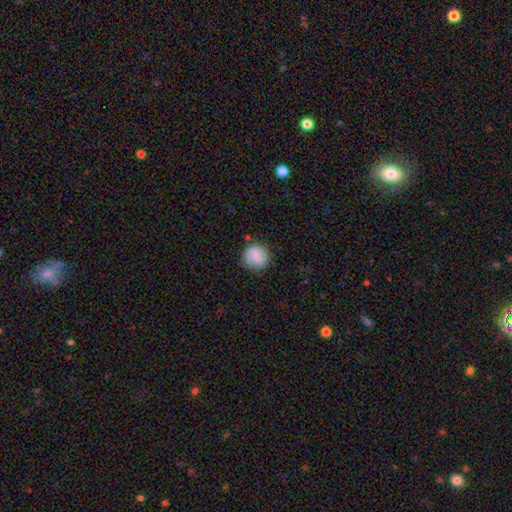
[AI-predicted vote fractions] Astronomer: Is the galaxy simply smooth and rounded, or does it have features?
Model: smooth — 68%.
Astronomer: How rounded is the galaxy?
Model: round — 90%.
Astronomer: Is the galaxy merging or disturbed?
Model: none — 79%.